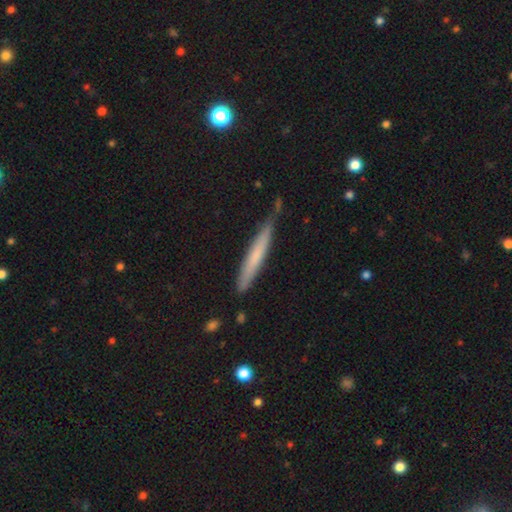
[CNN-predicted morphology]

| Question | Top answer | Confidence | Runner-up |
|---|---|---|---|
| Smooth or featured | smooth | 63% | featured or disk (31%) |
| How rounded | cigar-shaped | 96% | in between (3%) |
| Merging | none | 75% | minor disturbance (19%) |